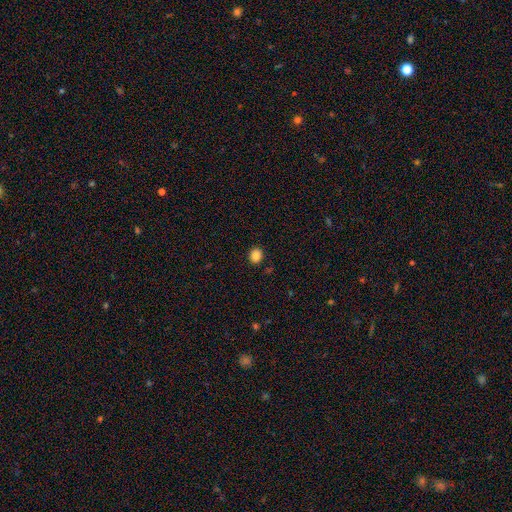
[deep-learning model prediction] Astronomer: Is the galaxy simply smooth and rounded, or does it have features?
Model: smooth — 85%.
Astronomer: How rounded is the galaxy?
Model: round — 69%.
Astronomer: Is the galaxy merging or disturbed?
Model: none — 89%.